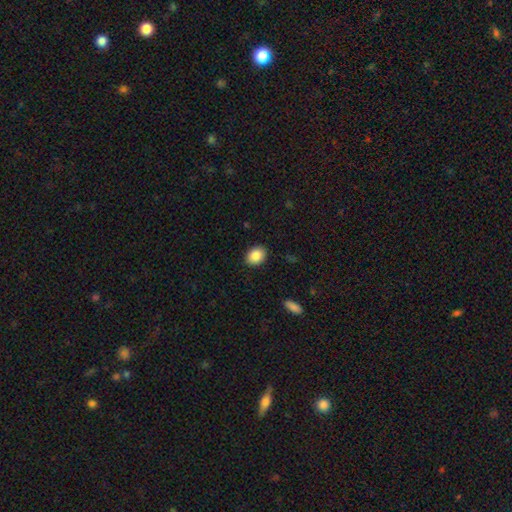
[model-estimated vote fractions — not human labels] Q: Smooth or featured?
A: smooth (88%); runner-up: star or artifact (8%)
Q: How rounded?
A: in between (66%); runner-up: round (33%)
Q: Merging?
A: none (89%); runner-up: minor disturbance (8%)